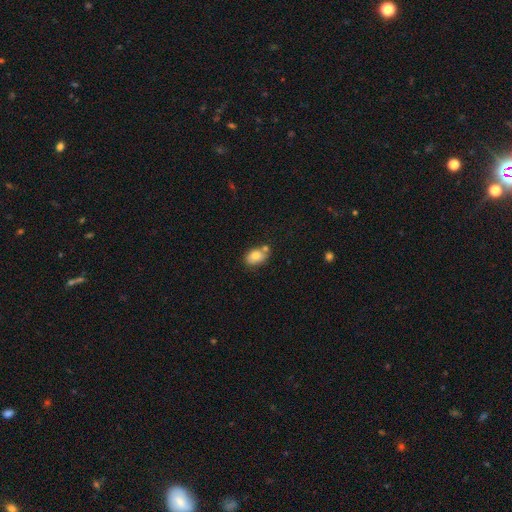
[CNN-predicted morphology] Smooth or featured: smooth — 78% (featured or disk — 13%)
How rounded: in between — 77% (round — 21%)
Merging: none — 60% (merger — 20%)